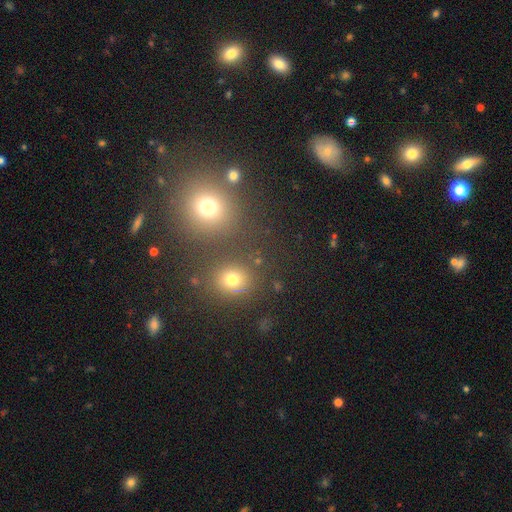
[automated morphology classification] Smooth or featured?
  - smooth: 52% *
  - star or artifact: 38%
  - featured or disk: 9%
How rounded?
  - round: 83% *
  - in between: 16%
  - cigar-shaped: 1%
Merging?
  - none: 72% *
  - merger: 16%
  - minor disturbance: 8%
  - major disturbance: 4%